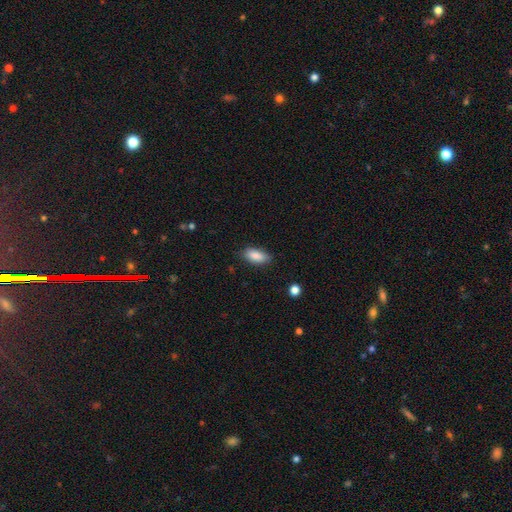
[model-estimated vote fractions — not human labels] smooth_or_featured: smooth (p=0.87) [alt: star or artifact p=0.07]
how_rounded: in between (p=0.87) [alt: cigar-shaped p=0.10]
merging: none (p=0.80) [alt: minor disturbance p=0.16]